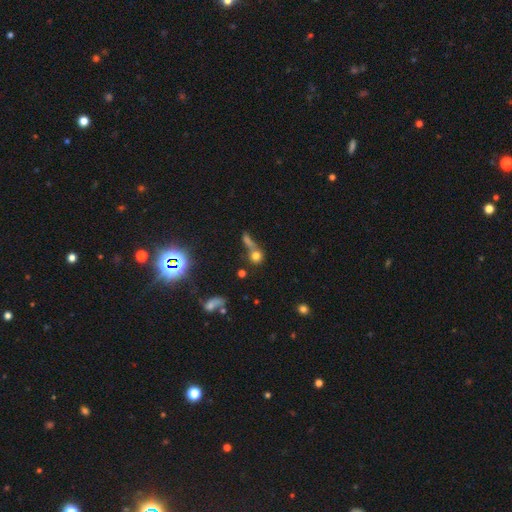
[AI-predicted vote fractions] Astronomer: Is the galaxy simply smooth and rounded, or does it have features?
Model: smooth — 69%.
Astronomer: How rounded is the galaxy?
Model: round — 79%.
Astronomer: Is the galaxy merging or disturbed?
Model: none — 44% (runner-up: merger, 39%).